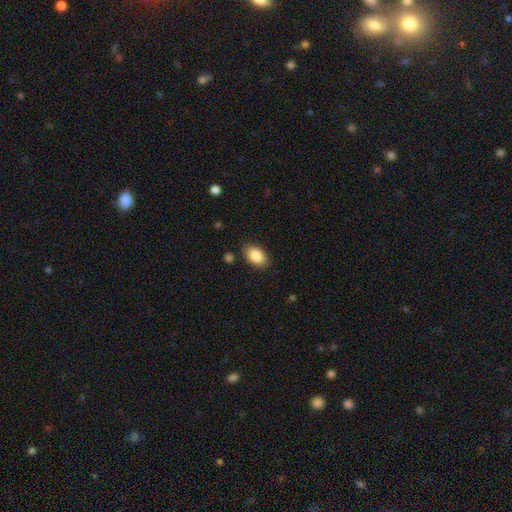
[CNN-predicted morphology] smooth_or_featured: smooth (p=0.87) [alt: star or artifact p=0.07]
how_rounded: in between (p=0.92) [alt: round p=0.06]
merging: none (p=0.86) [alt: minor disturbance p=0.10]